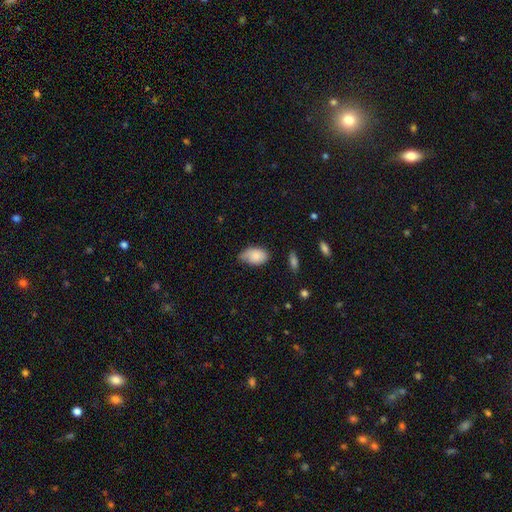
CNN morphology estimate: Q: Smooth or featured?
A: smooth (83%); runner-up: featured or disk (10%)
Q: How rounded?
A: in between (89%); runner-up: round (10%)
Q: Merging?
A: none (46%); runner-up: minor disturbance (42%)